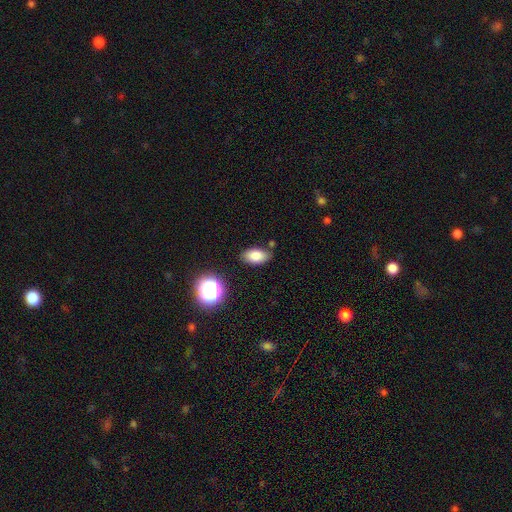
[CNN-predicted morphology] smooth 82%, star or artifact 10%, featured or disk 8%. Down the decision tree: how rounded — in between (90%); merging — none (80%).